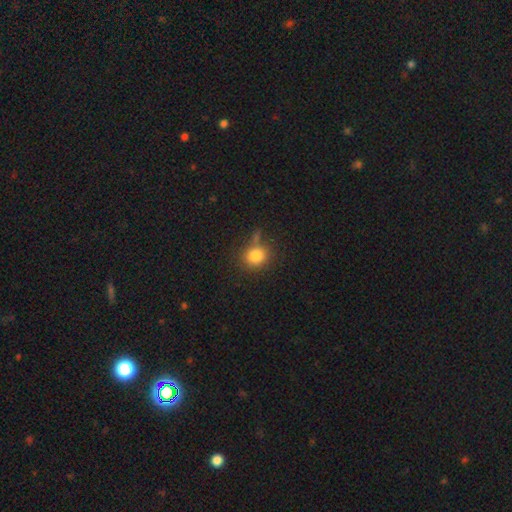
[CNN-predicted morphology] Smooth or featured? smooth (83%)
How rounded? round (71%)
Merging? none (69%)